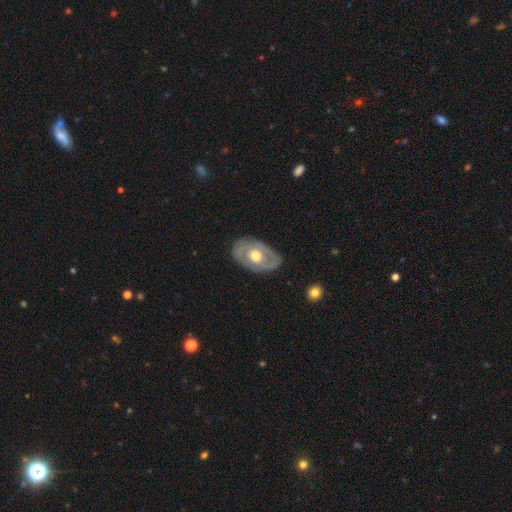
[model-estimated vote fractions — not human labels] Smooth or featured?
  - featured or disk: 69% *
  - smooth: 26%
  - star or artifact: 4%
Edge-on disk?
  - no: 92% *
  - yes: 8%
Bar?
  - no: 79% *
  - weak: 16%
  - strong: 4%
Spiral arms?
  - no: 51% *
  - yes: 49%
Bulge size?
  - moderate: 72% *
  - large: 19%
  - small: 7%
  - dominant: 1%
  - none: 1%
Merging?
  - none: 80% *
  - minor disturbance: 14%
  - major disturbance: 4%
  - merger: 1%